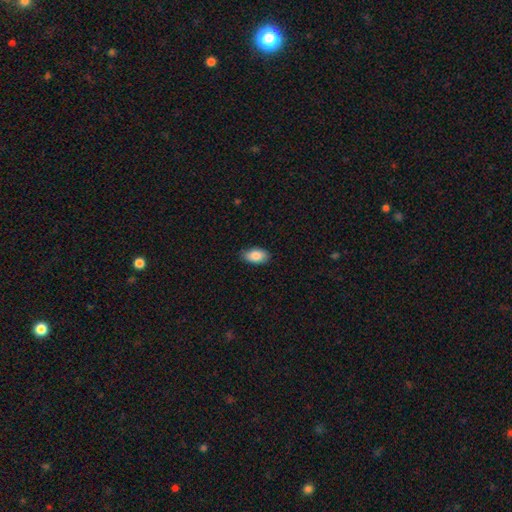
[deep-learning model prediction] smooth-or-featured: smooth: 87% | star or artifact: 7% | featured or disk: 7%
  how-rounded: in between: 93% | round: 5% | cigar-shaped: 2%
  merging: none: 84% | minor disturbance: 12% | major disturbance: 2% | merger: 1%